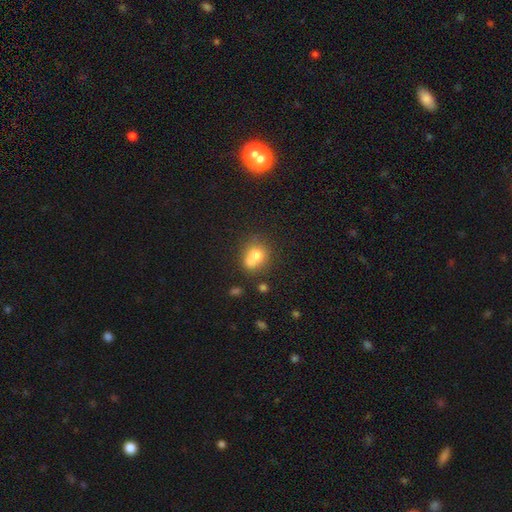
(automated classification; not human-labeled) A smooth galaxy with no disk features (70%) that is round (69%). Merging: merger (47%).